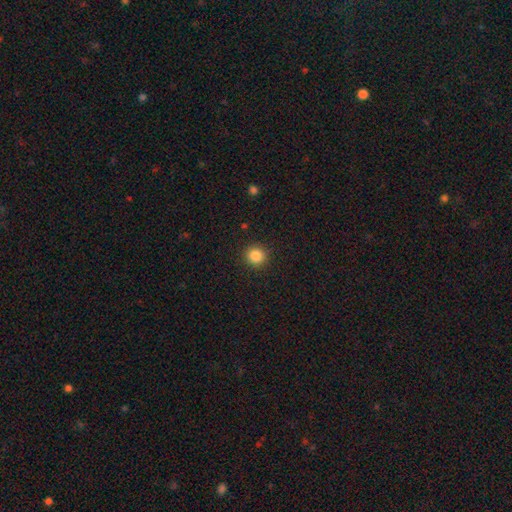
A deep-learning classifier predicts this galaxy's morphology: The model was most divided on "smooth or featured": smooth: 86%, star or artifact: 11%, featured or disk: 4%. More confident: how rounded — round (93%); merging — none (91%).